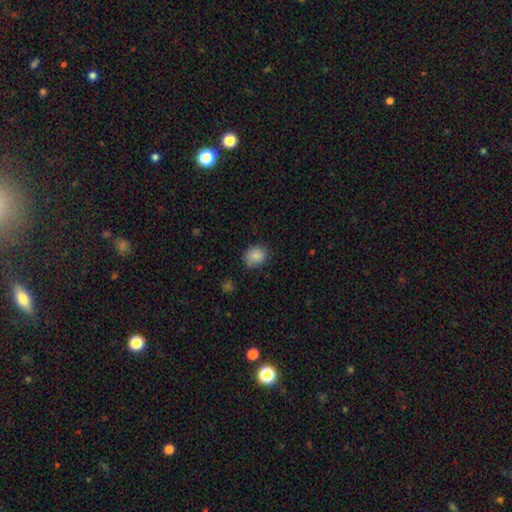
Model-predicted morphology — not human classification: Q: Smooth or featured?
A: smooth (86%); runner-up: star or artifact (9%)
Q: How rounded?
A: round (61%); runner-up: in between (38%)
Q: Merging?
A: none (78%); runner-up: minor disturbance (17%)